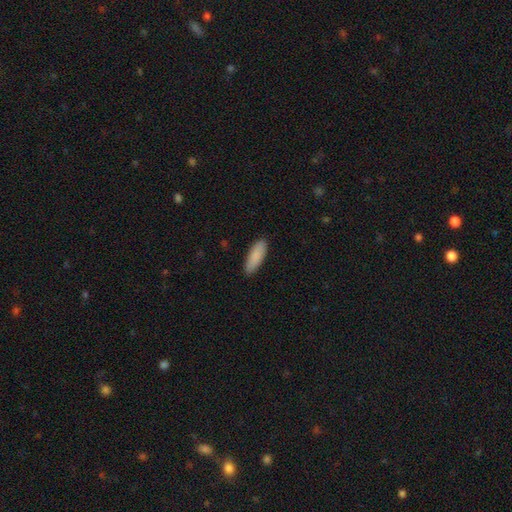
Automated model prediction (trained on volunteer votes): Overall: smooth (89%). How rounded: in between (59%; cigar-shaped 39%). Merging: none (88%).